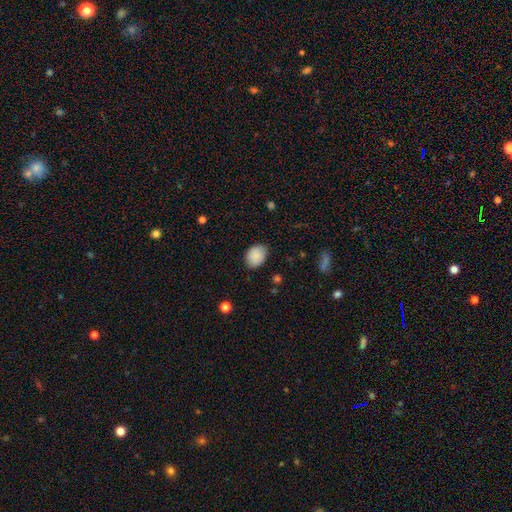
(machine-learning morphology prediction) A smooth galaxy with no disk features (87%) that is in between round and cigar-shaped (68%). Merging: none (82%).